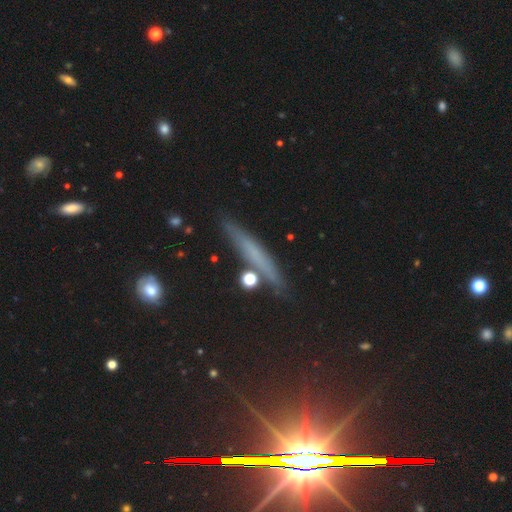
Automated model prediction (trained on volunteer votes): Smooth or featured? smooth (44%, tied with featured or disk)
Merging? none (84%)